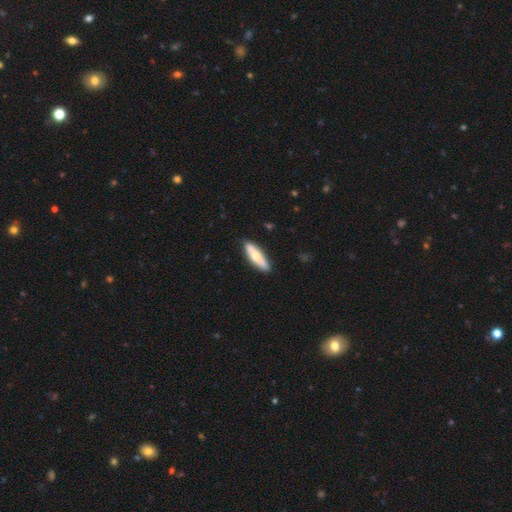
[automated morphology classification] This is possibly a smooth galaxy (59%). How rounded: likely cigar-shaped (61%). Merging: clearly none (86%).